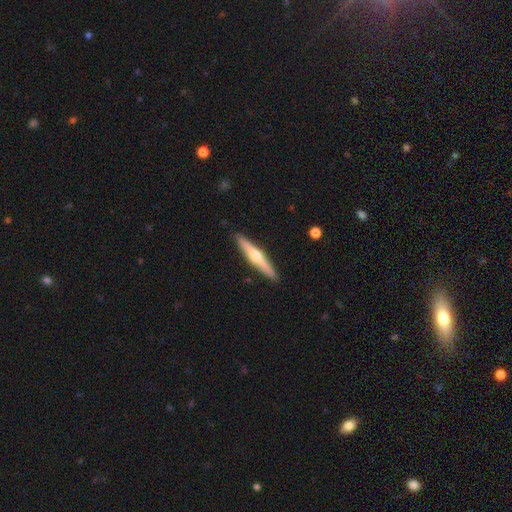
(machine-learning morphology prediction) Q: Smooth or featured?
A: featured or disk (60%); runner-up: smooth (35%)
Q: Edge-on disk?
A: yes (97%); runner-up: no (3%)
Q: Edge-on bulge?
A: rounded (89%); runner-up: none (7%)
Q: Merging?
A: none (91%); runner-up: minor disturbance (7%)